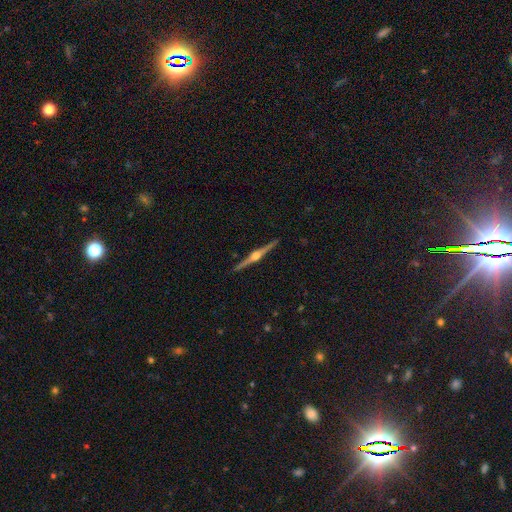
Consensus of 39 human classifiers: featured or disk 95%, smooth 3%, star or artifact 3%. Down the decision tree: edge-on disk — yes (100%); edge-on bulge — rounded (92%); merging — none (89%).